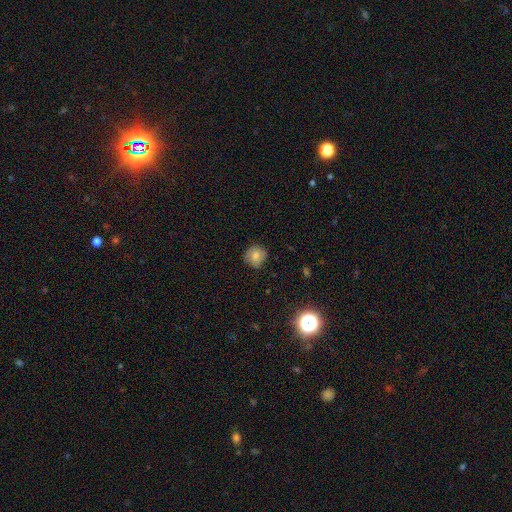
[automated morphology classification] type=smooth (76%); roundness=round (88%); merging=none (77%).